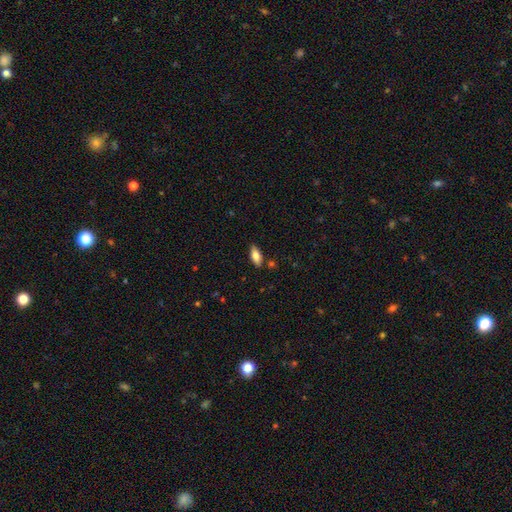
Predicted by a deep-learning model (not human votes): A smooth galaxy with no disk features (73%) that is in between round and cigar-shaped (78%).

Vote fractions:
- Smooth or featured? smooth: 73% / featured or disk: 20% / star or artifact: 7%
- How rounded? in between: 78% / cigar-shaped: 19% / round: 2%
- Merging? none: 83% / minor disturbance: 11% / merger: 3% / major disturbance: 2%